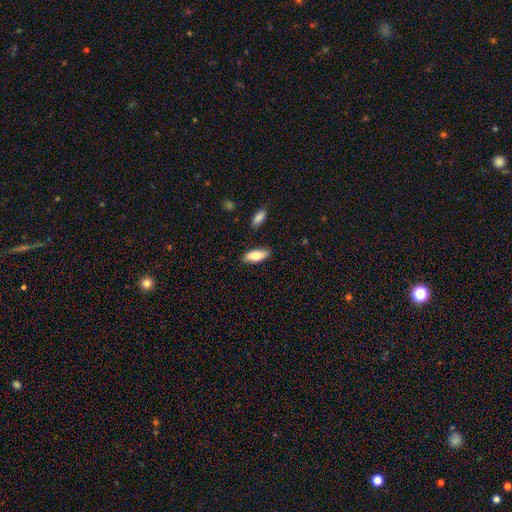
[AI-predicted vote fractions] Q: Smooth or featured?
A: smooth (83%); runner-up: featured or disk (11%)
Q: How rounded?
A: in between (81%); runner-up: cigar-shaped (17%)
Q: Merging?
A: none (82%); runner-up: minor disturbance (13%)